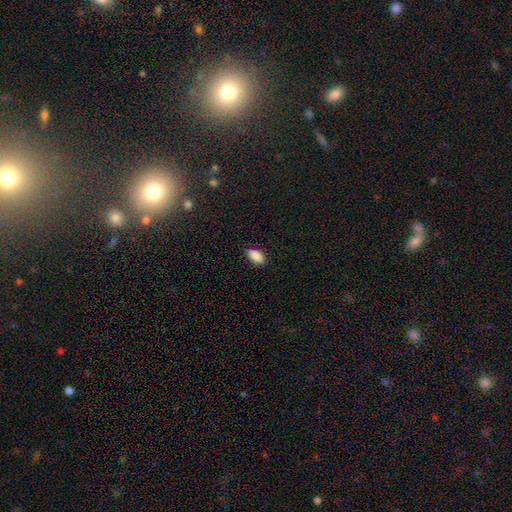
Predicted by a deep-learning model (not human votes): This is clearly a smooth galaxy (88%). How rounded: clearly in between (93%). Merging: clearly none (86%).